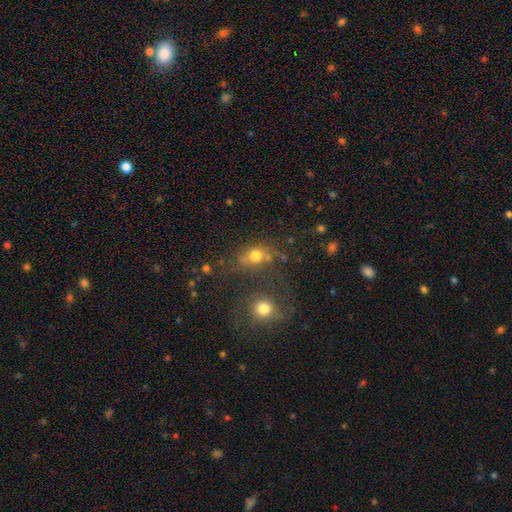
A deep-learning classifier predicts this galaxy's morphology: smooth_or_featured: smooth (p=0.68) [alt: star or artifact p=0.18]
how_rounded: round (p=0.49) [alt: in between p=0.48]
merging: none (p=0.51) [alt: merger p=0.25]